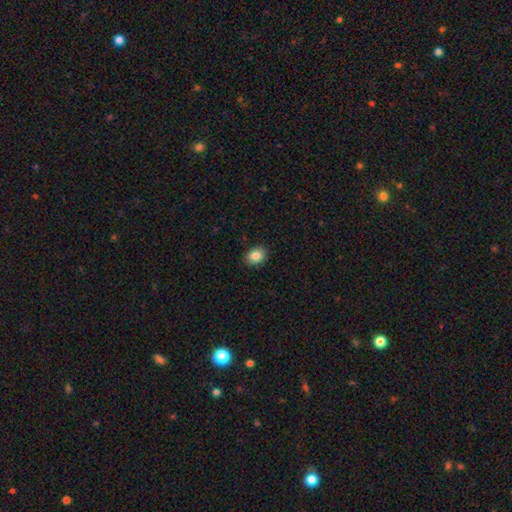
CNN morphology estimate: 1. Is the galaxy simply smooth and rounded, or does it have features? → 85% smooth, 9% star or artifact, 6% featured or disk.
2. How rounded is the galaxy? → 62% in between, 37% round, 1% cigar-shaped.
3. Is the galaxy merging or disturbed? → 89% none, 8% minor disturbance, 2% major disturbance, 1% merger.